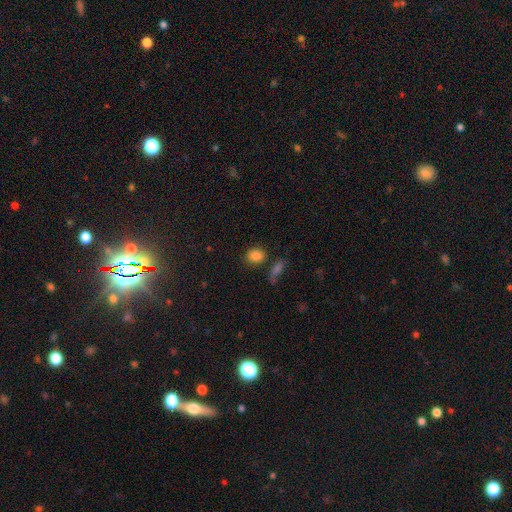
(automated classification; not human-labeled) Smooth or featured: smooth — 85% (star or artifact — 10%)
How rounded: in between — 53% (round — 45%)
Merging: none — 74% (minor disturbance — 13%)